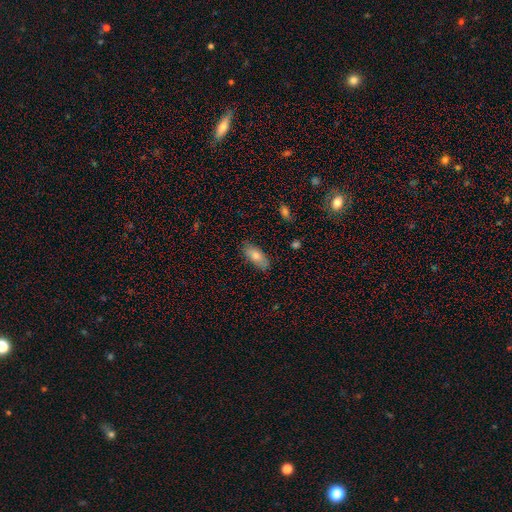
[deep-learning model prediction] This appears to be a smooth galaxy with no disk features (78%) that is in between round and cigar-shaped (85%). Merging: none (80%).